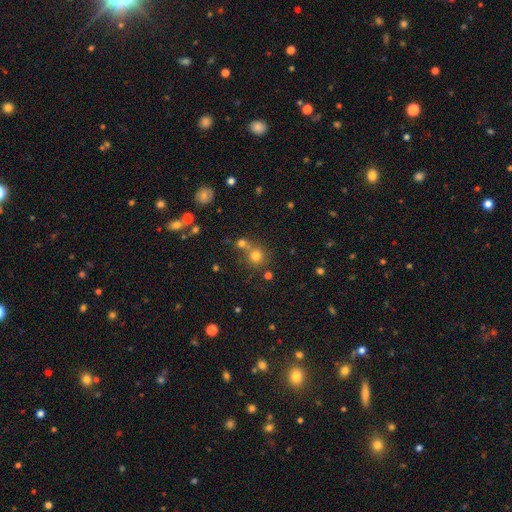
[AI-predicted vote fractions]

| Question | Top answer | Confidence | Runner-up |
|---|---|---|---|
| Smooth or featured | smooth | 74% | star or artifact (17%) |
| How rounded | round | 89% | in between (10%) |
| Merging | none | 57% | merger (31%) |